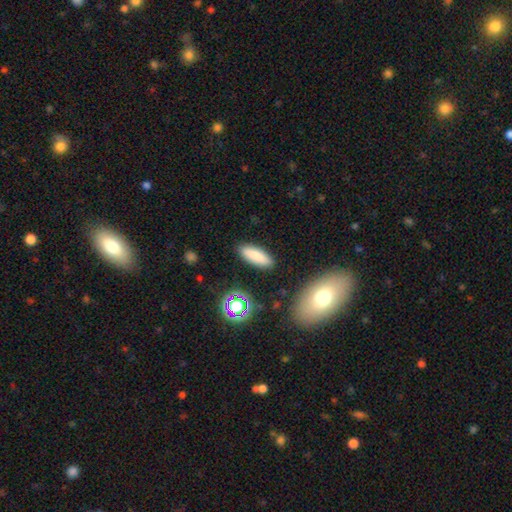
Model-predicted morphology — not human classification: smooth-or-featured: smooth: 84% | star or artifact: 9% | featured or disk: 8%
  how-rounded: in between: 60% | cigar-shaped: 38% | round: 2%
  merging: none: 87% | minor disturbance: 9% | major disturbance: 2% | merger: 2%